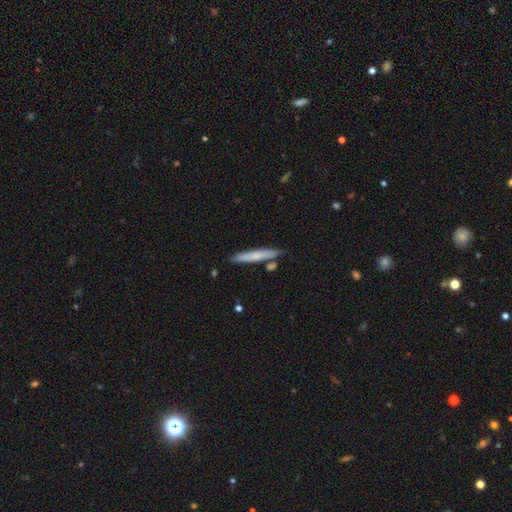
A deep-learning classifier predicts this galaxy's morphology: This is likely a smooth galaxy (65%). How rounded: clearly cigar-shaped (94%). Merging: clearly none (82%).